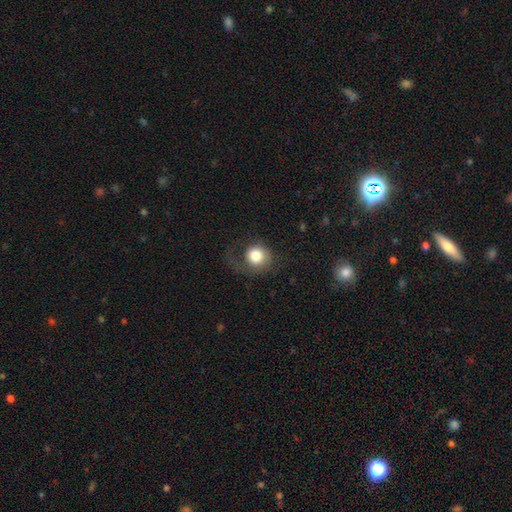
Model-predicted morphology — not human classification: Smooth or featured?
  - smooth: 76% *
  - featured or disk: 15%
  - star or artifact: 9%
How rounded?
  - round: 84% *
  - in between: 15%
  - cigar-shaped: 1%
Merging?
  - none: 53% *
  - major disturbance: 26%
  - minor disturbance: 20%
  - merger: 2%